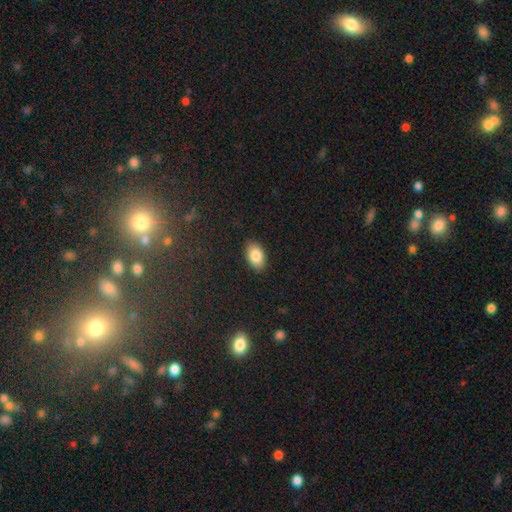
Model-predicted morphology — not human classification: A smooth galaxy with no disk features (85%) that is in between round and cigar-shaped (92%).

Vote fractions:
- Smooth or featured? smooth: 85% / featured or disk: 8% / star or artifact: 7%
- How rounded? in between: 92% / round: 7% / cigar-shaped: 1%
- Merging? none: 89% / minor disturbance: 8% / major disturbance: 2% / merger: 1%